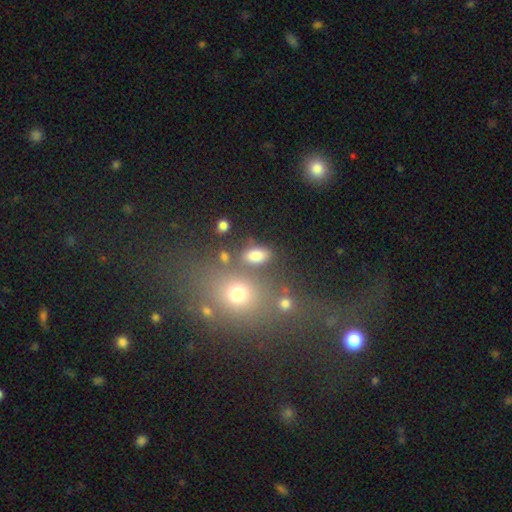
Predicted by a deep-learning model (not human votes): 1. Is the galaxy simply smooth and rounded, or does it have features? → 80% smooth, 12% star or artifact, 8% featured or disk.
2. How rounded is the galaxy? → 86% in between, 11% round, 3% cigar-shaped.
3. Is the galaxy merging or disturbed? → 72% none, 12% minor disturbance, 10% merger, 6% major disturbance.